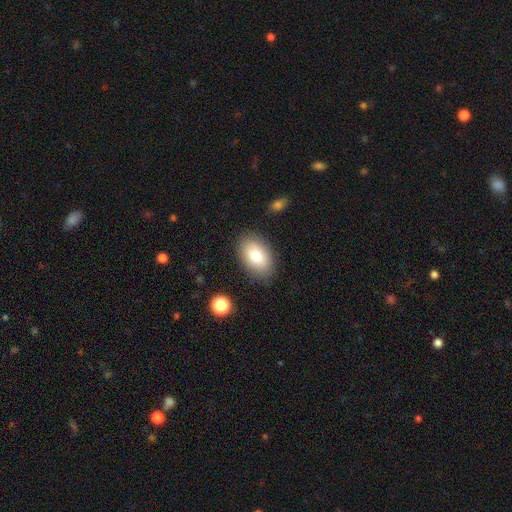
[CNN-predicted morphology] Smooth or featured? Predicted: smooth (p=0.78). How rounded? Predicted: in between (p=0.89). Merging? Predicted: none (p=0.85).